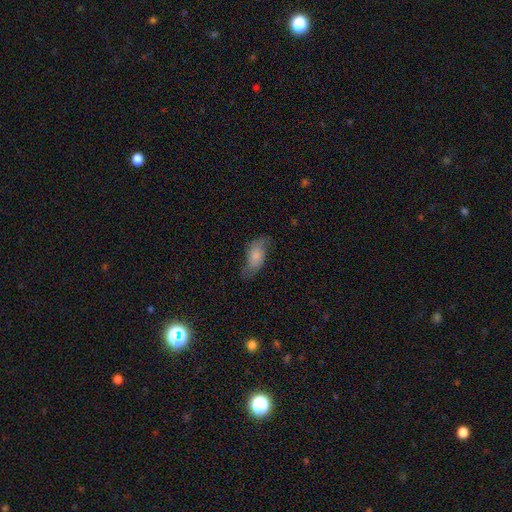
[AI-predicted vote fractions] smooth 66%, featured or disk 26%, star or artifact 8%. Down the decision tree: how rounded — in between (88%); merging — none (57%).